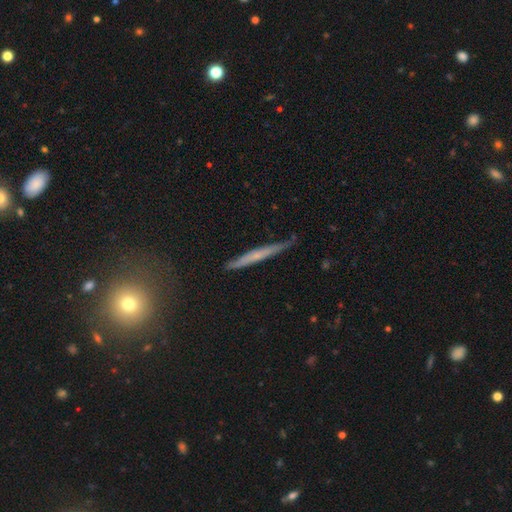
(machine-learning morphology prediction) featured or disk 51%, smooth 42%, star or artifact 7%. Down the decision tree: edge-on disk — yes (93%); merging — none (78%).